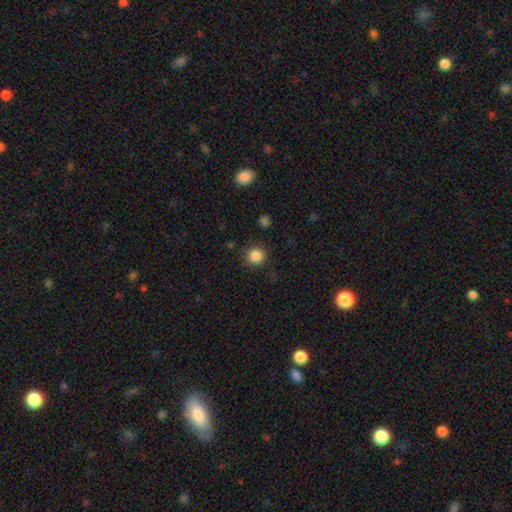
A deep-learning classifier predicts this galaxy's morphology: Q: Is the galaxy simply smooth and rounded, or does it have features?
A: smooth — 86%.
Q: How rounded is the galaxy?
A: round — 92%.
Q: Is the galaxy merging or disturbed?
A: none — 88%.